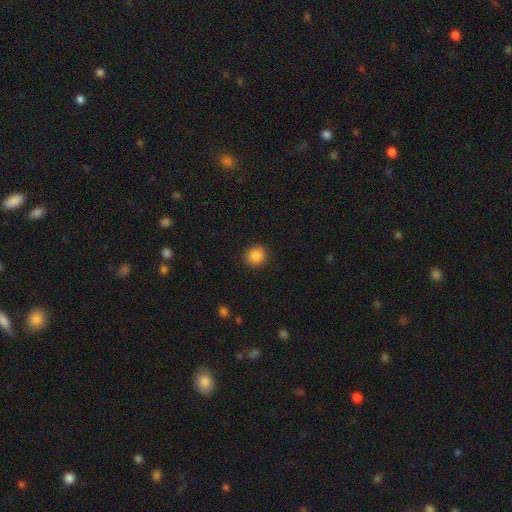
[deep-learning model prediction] smooth-or-featured: smooth: 87% | star or artifact: 9% | featured or disk: 4%
  how-rounded: round: 90% | in between: 9% | cigar-shaped: 1%
  merging: none: 90% | minor disturbance: 7% | major disturbance: 2% | merger: 1%